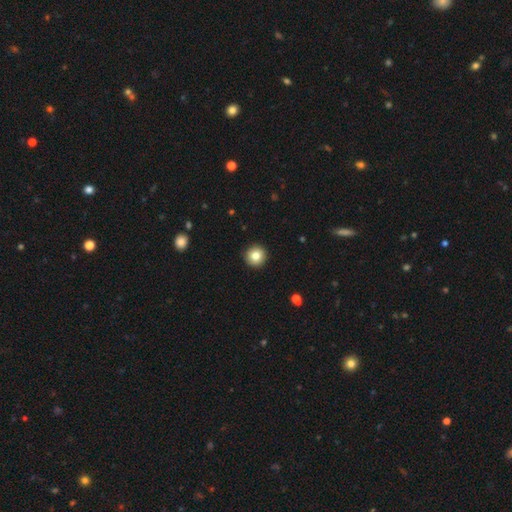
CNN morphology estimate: Overall: smooth (82%). How rounded: round (95%). Merging: none (93%).